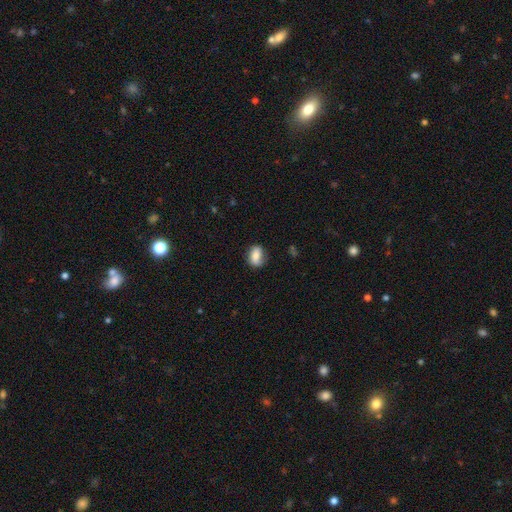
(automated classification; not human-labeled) This is likely a smooth galaxy (68%). How rounded: likely in between (71%). Merging: likely none (67%).